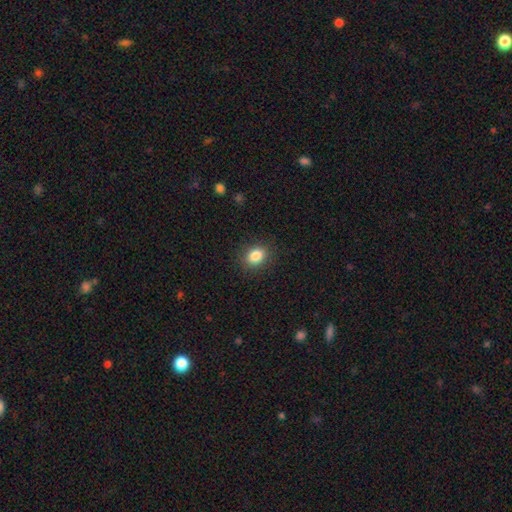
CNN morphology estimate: Overall: smooth (86%). How rounded: in between (61%; round 38%). Merging: none (87%).